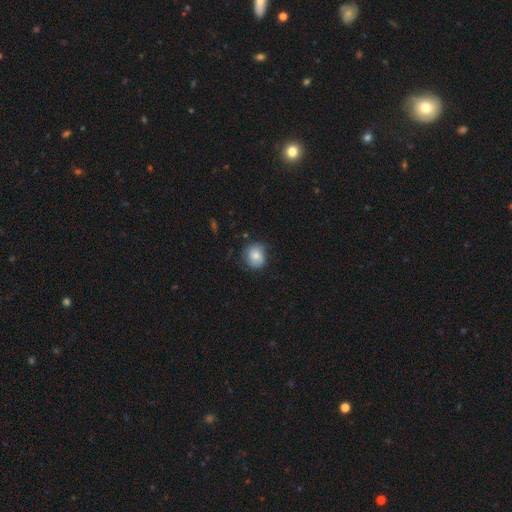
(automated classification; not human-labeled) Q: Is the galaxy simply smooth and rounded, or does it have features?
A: smooth — 73%.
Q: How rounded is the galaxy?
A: round — 73%.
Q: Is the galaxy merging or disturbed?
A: none — 66%.